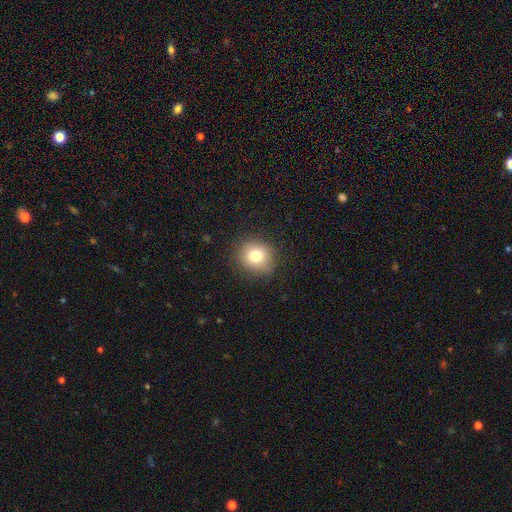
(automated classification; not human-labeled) Q: Smooth or featured?
A: smooth (78%); runner-up: star or artifact (12%)
Q: How rounded?
A: round (83%); runner-up: in between (16%)
Q: Merging?
A: none (87%); runner-up: minor disturbance (9%)